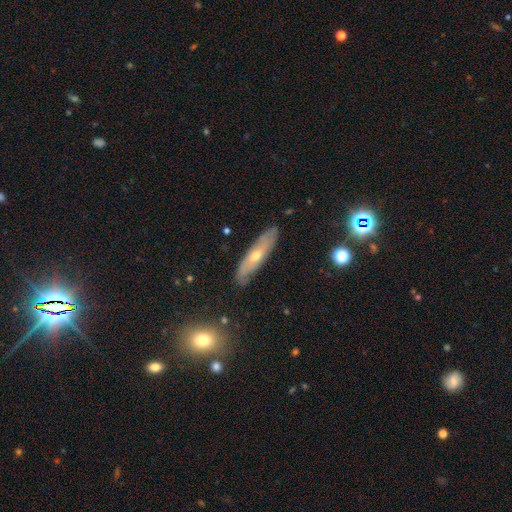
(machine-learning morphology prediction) Smooth or featured?
  - featured or disk: 58% *
  - smooth: 33%
  - star or artifact: 9%
Edge-on disk?
  - yes: 55% *
  - no: 45%
Merging?
  - none: 84% *
  - minor disturbance: 12%
  - major disturbance: 2%
  - merger: 2%